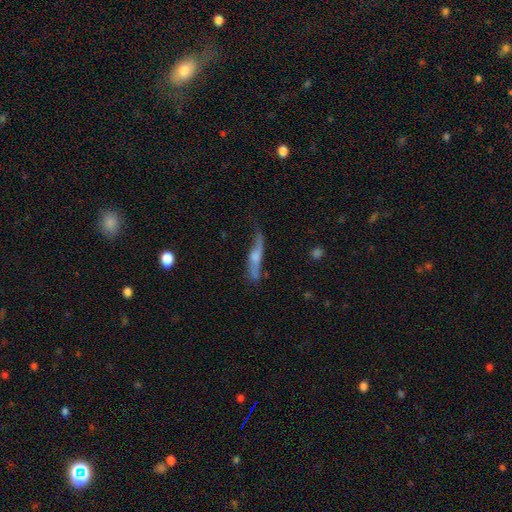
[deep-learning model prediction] Smooth or featured? featured or disk (48%)
Merging? none (44%)